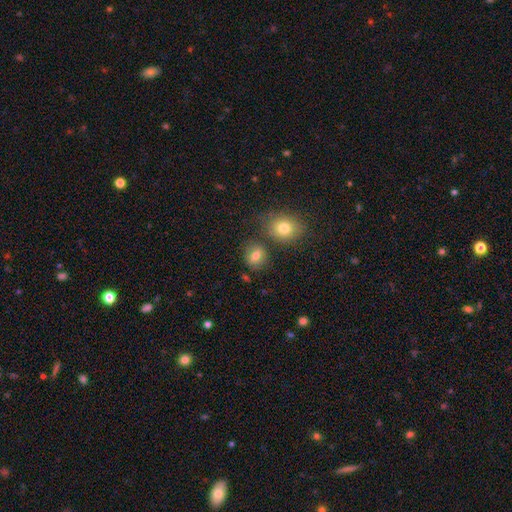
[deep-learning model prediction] The model was most divided on "how rounded": round: 70%, in between: 29%, cigar-shaped: 1%. More confident: smooth or featured — smooth (77%); merging — none (76%).